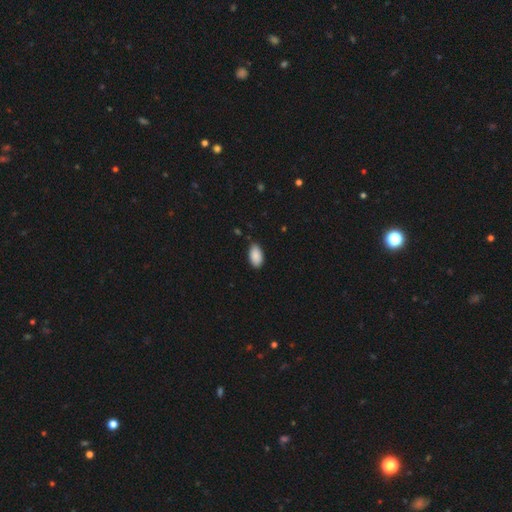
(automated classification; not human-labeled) Smooth or featured: smooth — 90% (star or artifact — 6%)
How rounded: in between — 95% (round — 3%)
Merging: none — 83% (minor disturbance — 14%)